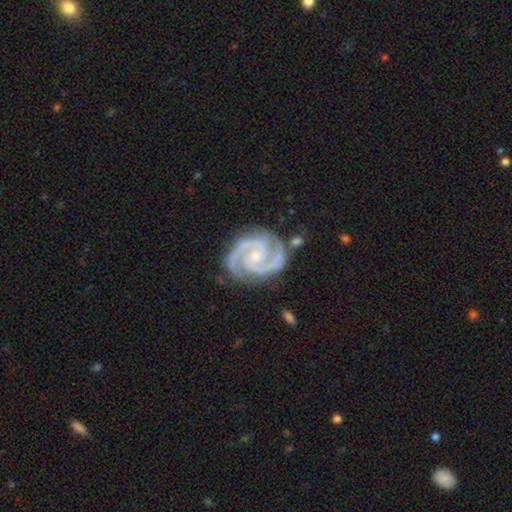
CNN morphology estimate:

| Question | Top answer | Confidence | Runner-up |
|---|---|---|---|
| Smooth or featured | featured or disk | 94% | star or artifact (4%) |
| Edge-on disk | no | 98% | yes (2%) |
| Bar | no | 59% | weak (30%) |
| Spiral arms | yes | 99% | no (1%) |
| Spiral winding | tight | 55% | medium (42%) |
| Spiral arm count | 2 | 91% | 3 (4%) |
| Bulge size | small | 63% | moderate (31%) |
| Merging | none | 81% | minor disturbance (14%) |